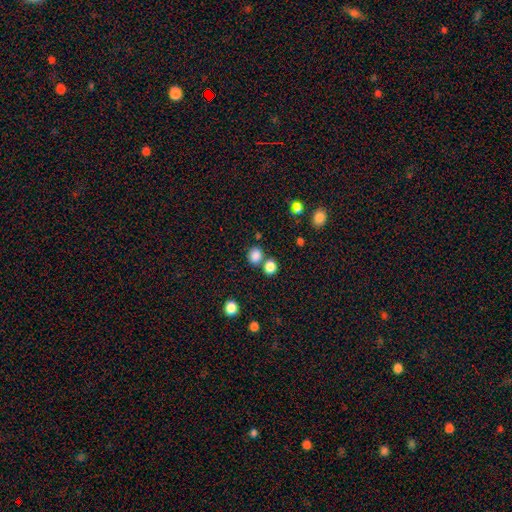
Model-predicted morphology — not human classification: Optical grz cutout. It shows a smooth galaxy with no disk features (83%) that is round (72%). Merging: none (68%).